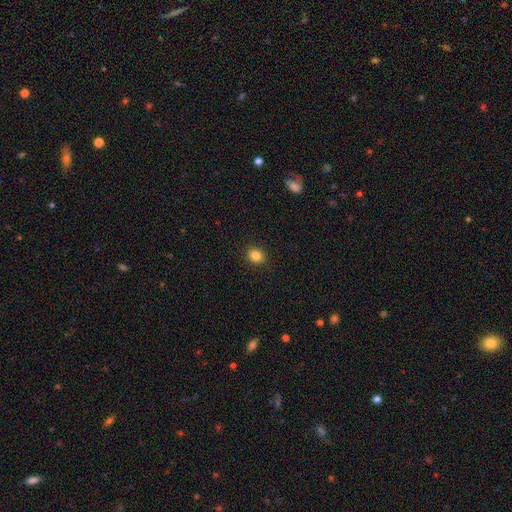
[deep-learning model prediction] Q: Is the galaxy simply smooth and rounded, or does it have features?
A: smooth — 84%.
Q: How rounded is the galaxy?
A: round — 72%.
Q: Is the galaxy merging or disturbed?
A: none — 92%.